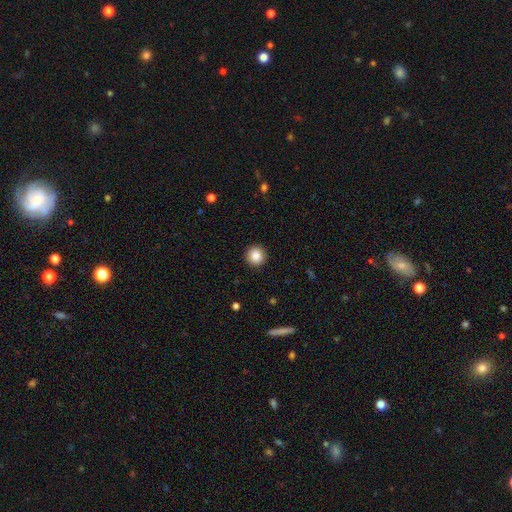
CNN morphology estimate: smooth-or-featured: smooth: 87% | star or artifact: 9% | featured or disk: 4%
  how-rounded: round: 95% | in between: 4% | cigar-shaped: 1%
  merging: none: 92% | minor disturbance: 5% | major disturbance: 2% | merger: 1%